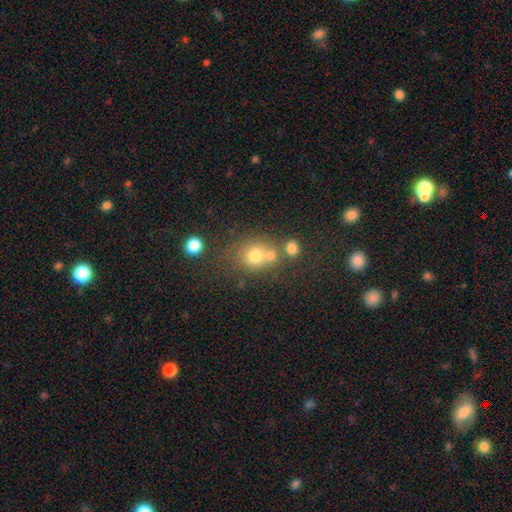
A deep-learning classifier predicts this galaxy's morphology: A smooth galaxy with no disk features (72%) that is round (77%). Merging: none (49%).